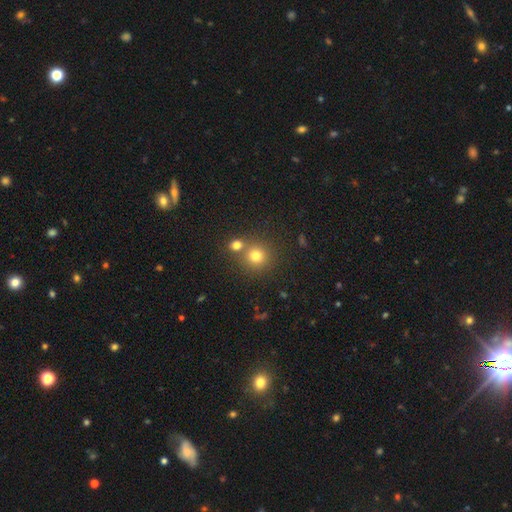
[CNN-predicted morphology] Smooth or featured: smooth — 76% (star or artifact — 16%)
How rounded: round — 91% (in between — 8%)
Merging: none — 66% (merger — 24%)